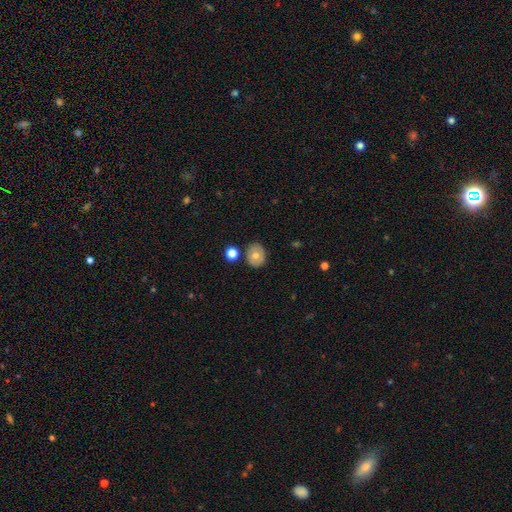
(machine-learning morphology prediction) Smooth or featured? Predicted: smooth (p=0.67). How rounded? Predicted: round (p=0.63). Merging? Predicted: none (p=0.81).